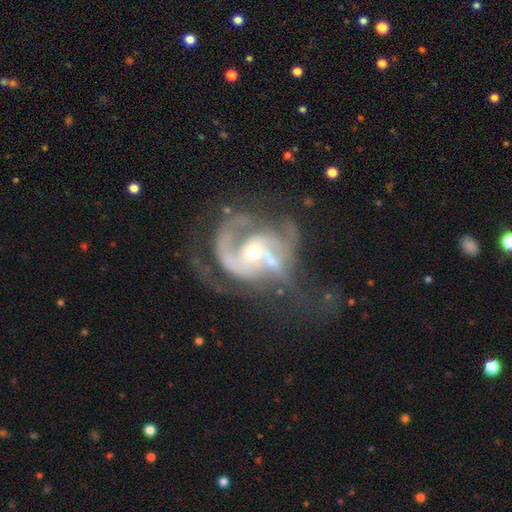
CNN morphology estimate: This appears to be a featured or disk galaxy (85%) with no bar (59%), 2 (42%) medium (45%) spiral arms (90%) and a small central bulge (55%). Merging: merger (33%).